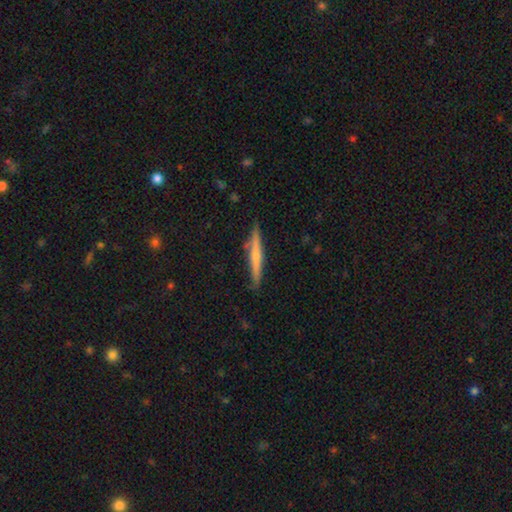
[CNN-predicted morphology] type=smooth (50%); merging=none (84%).